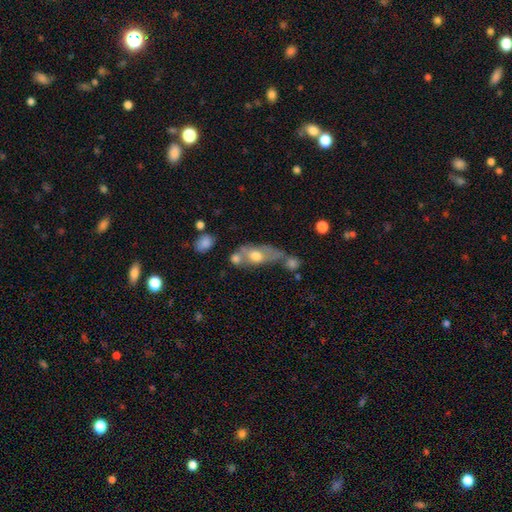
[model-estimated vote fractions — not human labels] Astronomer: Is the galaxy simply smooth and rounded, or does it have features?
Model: smooth — 45%, tied with featured or disk at 45%.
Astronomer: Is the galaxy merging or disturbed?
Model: merger — 40% (runner-up: none, 29%).